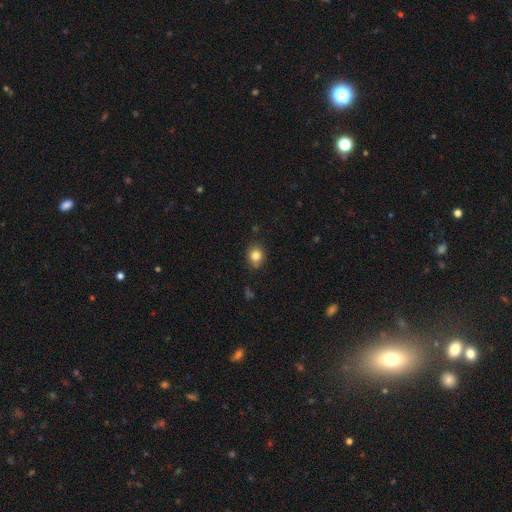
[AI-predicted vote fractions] Morphology: type=smooth (82%); roundness=round (64%); merging=none (80%).